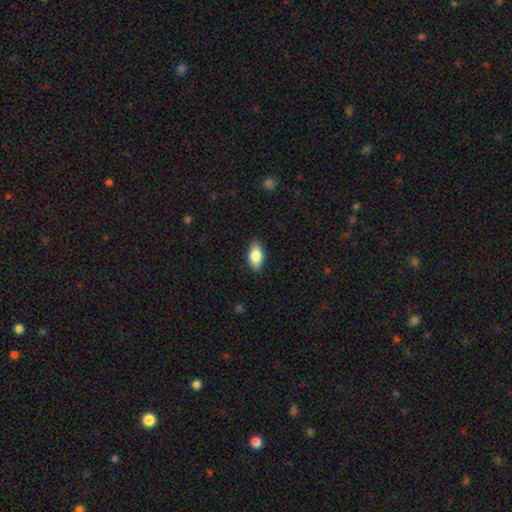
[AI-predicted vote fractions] Q: Smooth or featured?
A: smooth (80%); runner-up: featured or disk (13%)
Q: How rounded?
A: in between (90%); runner-up: cigar-shaped (5%)
Q: Merging?
A: none (87%); runner-up: minor disturbance (10%)